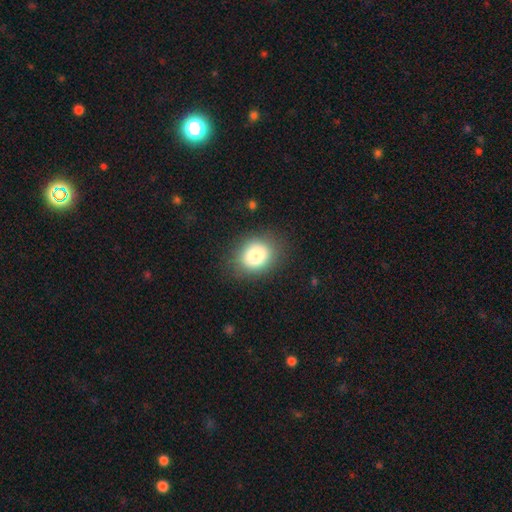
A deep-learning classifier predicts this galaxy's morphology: Smooth or featured: smooth — 80% (star or artifact — 10%)
How rounded: round — 58% (in between — 41%)
Merging: none — 84% (minor disturbance — 11%)